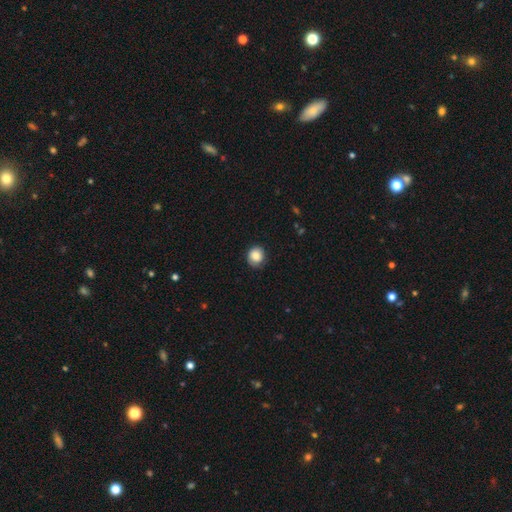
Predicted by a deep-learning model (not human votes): Smooth or featured? smooth (84%)
How rounded? round (82%)
Merging? none (79%)